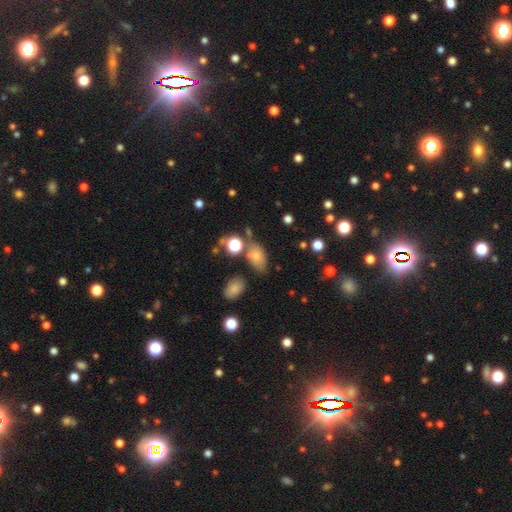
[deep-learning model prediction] Smooth or featured: smooth — 71% (featured or disk — 15%)
How rounded: in between — 84% (round — 14%)
Merging: none — 58% (minor disturbance — 22%)